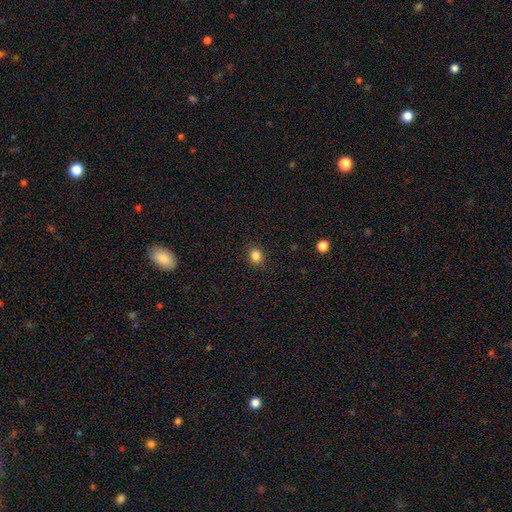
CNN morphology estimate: Smooth or featured? Predicted: smooth (p=0.84). How rounded? Predicted: round (p=0.62). Merging? Predicted: none (p=0.88).